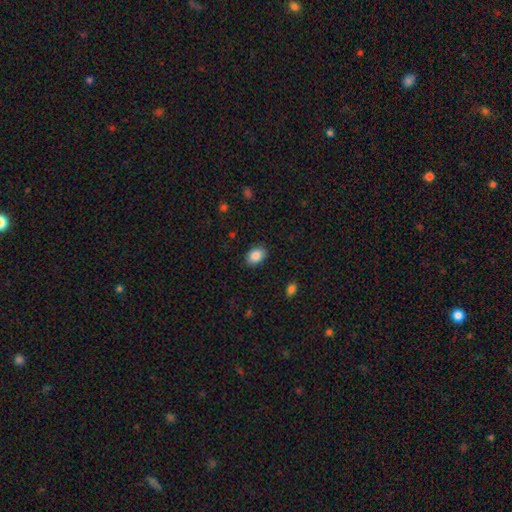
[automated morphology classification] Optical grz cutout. It shows a smooth galaxy with no disk features (87%) that is in between round and cigar-shaped (81%). Merging: none (88%).